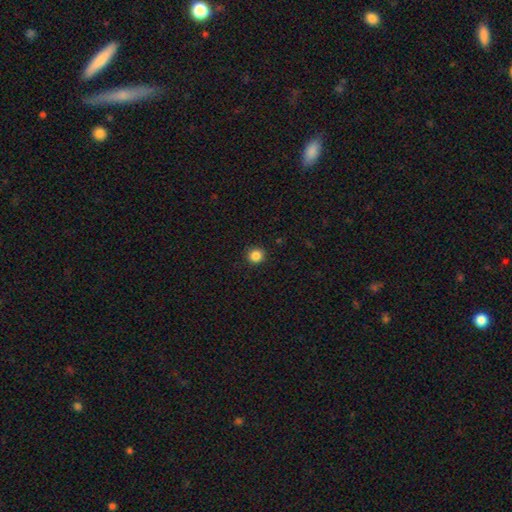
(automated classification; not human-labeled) Smooth or featured: smooth — 86% (star or artifact — 11%)
How rounded: round — 93% (in between — 6%)
Merging: none — 92% (minor disturbance — 5%)